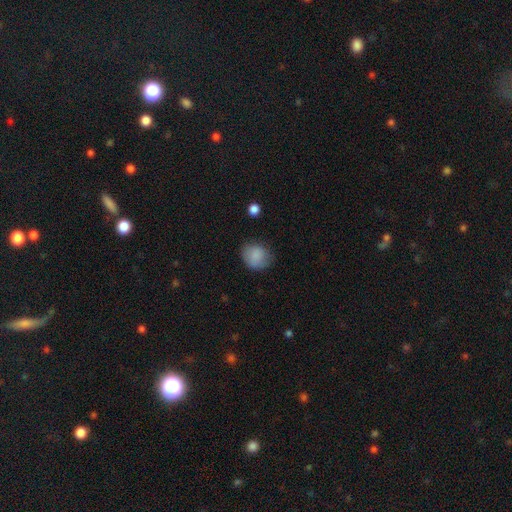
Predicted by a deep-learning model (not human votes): A smooth galaxy with no disk features (86%) that is round (65%). Merging: none (74%).